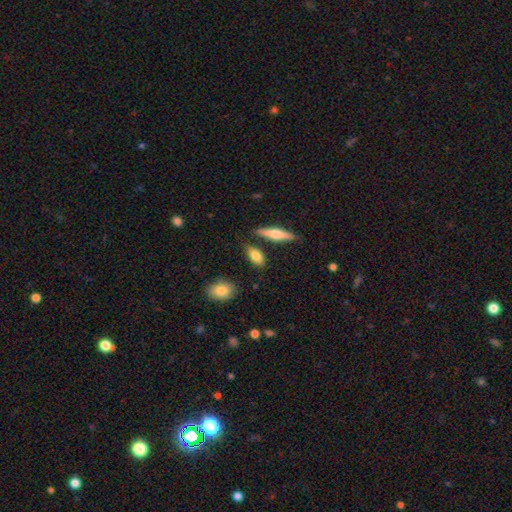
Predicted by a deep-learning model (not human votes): Overall: smooth (78%). How rounded: in between (76%). Merging: none (78%).